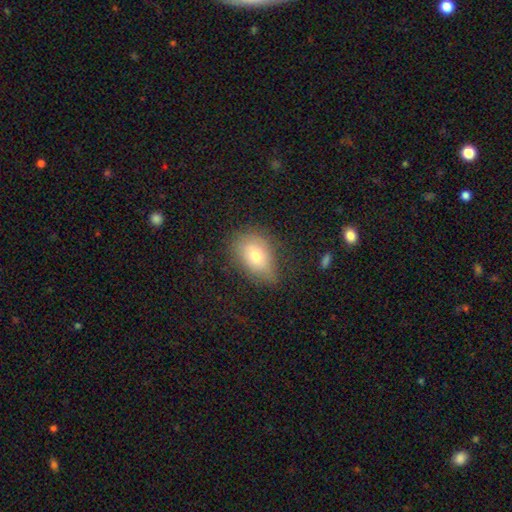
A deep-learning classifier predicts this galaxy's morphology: Smooth or featured? Predicted: smooth (p=0.72). How rounded? Predicted: in between (p=0.79). Merging? Predicted: none (p=0.59).